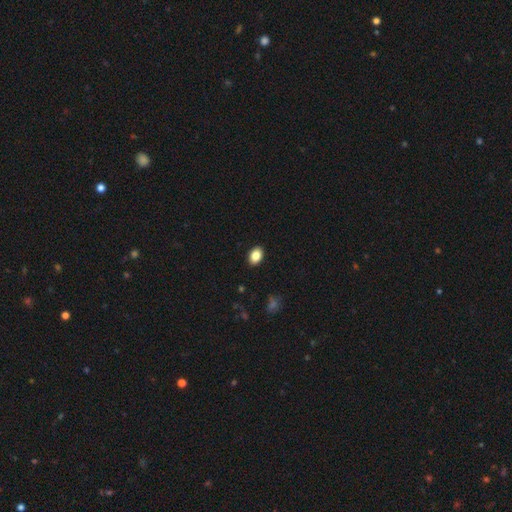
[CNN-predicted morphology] Smooth or featured: smooth — 86% (star or artifact — 8%)
How rounded: in between — 81% (round — 18%)
Merging: none — 90% (minor disturbance — 7%)